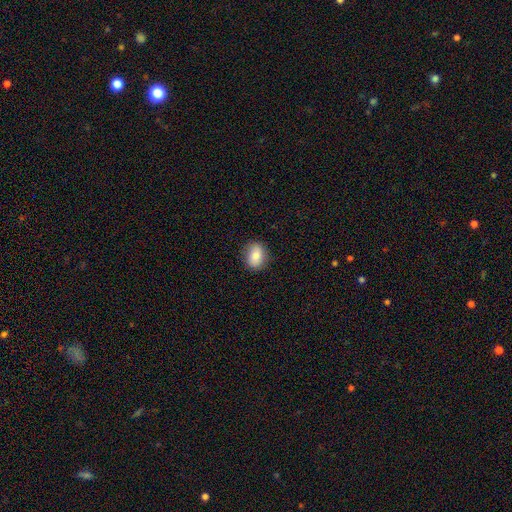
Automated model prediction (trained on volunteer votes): Smooth or featured?
  - smooth: 79% *
  - featured or disk: 13%
  - star or artifact: 8%
How rounded?
  - in between: 58% *
  - round: 41%
  - cigar-shaped: 1%
Merging?
  - none: 86% *
  - minor disturbance: 10%
  - major disturbance: 3%
  - merger: 1%